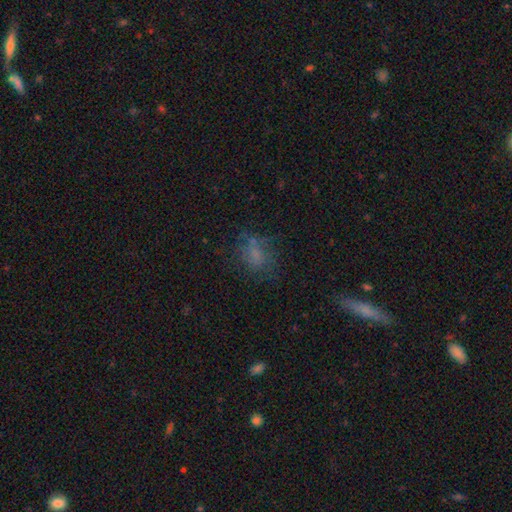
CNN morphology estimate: Smooth or featured? smooth (58%)
How rounded? in between (55%)
Merging? none (54%)